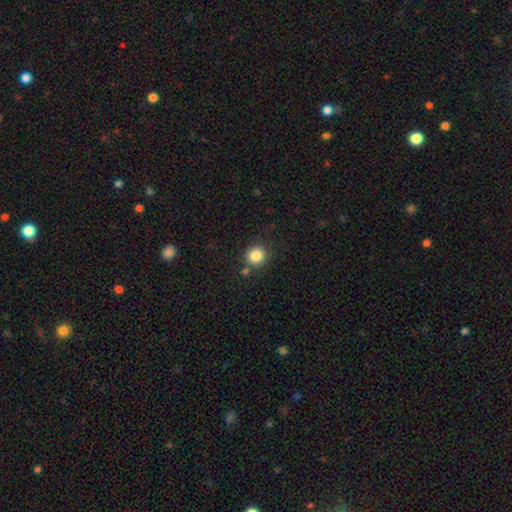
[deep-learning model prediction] Smooth or featured? smooth (85%)
How rounded? round (89%)
Merging? none (80%)